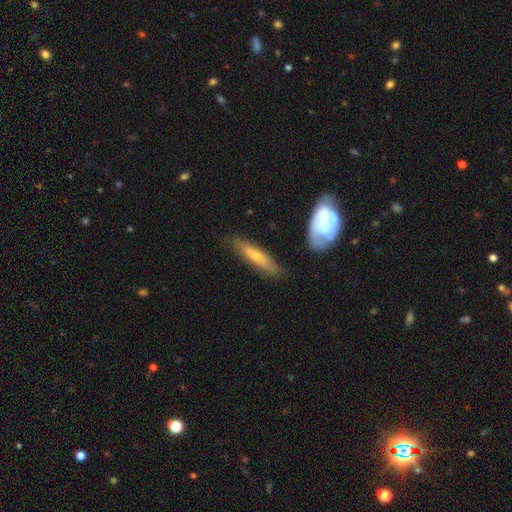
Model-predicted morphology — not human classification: smooth_or_featured: featured or disk (p=0.51) [alt: smooth p=0.42]
disk_edge_on: yes (p=0.76) [alt: no p=0.24]
merging: none (p=0.77) [alt: minor disturbance p=0.16]